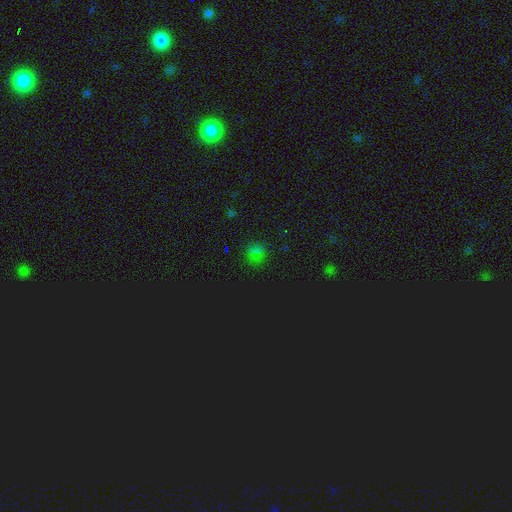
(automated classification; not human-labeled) The model was most divided on "smooth or featured": star or artifact: 49%, smooth: 43%, featured or disk: 8%.